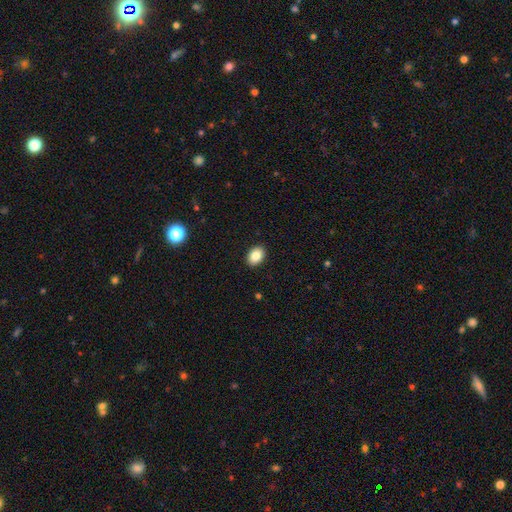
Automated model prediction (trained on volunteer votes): smooth_or_featured: smooth (p=0.85) [alt: star or artifact p=0.08]
how_rounded: in between (p=0.81) [alt: round p=0.18]
merging: none (p=0.91) [alt: minor disturbance p=0.06]